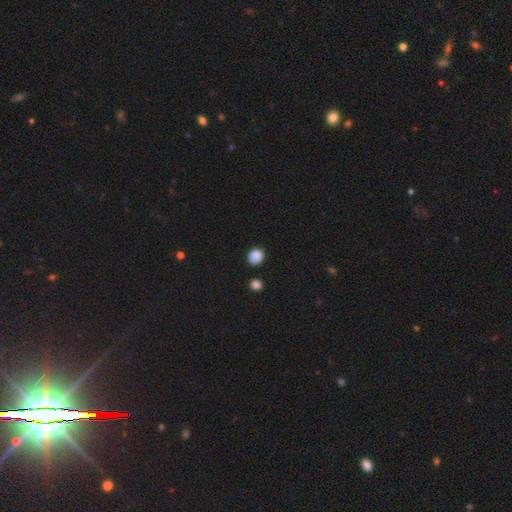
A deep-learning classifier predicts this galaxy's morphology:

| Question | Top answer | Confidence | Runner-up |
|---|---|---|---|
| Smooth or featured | smooth | 85% | star or artifact (10%) |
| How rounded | round | 69% | in between (30%) |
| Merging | none | 73% | minor disturbance (18%) |